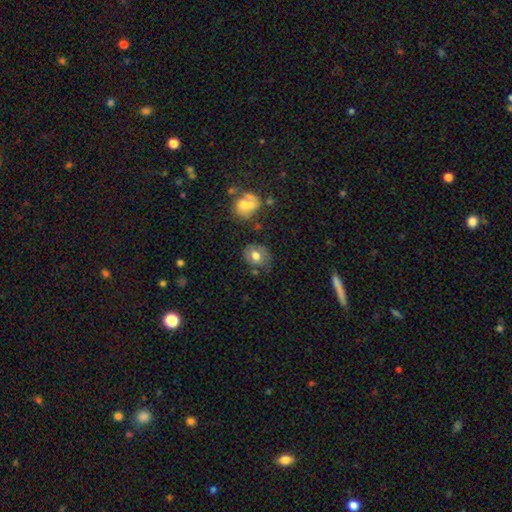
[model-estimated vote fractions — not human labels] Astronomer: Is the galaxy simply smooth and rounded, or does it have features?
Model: smooth — 72%.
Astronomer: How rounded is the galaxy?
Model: round — 55% (runner-up: in between, 44%).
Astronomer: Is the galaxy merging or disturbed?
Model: none — 67%.